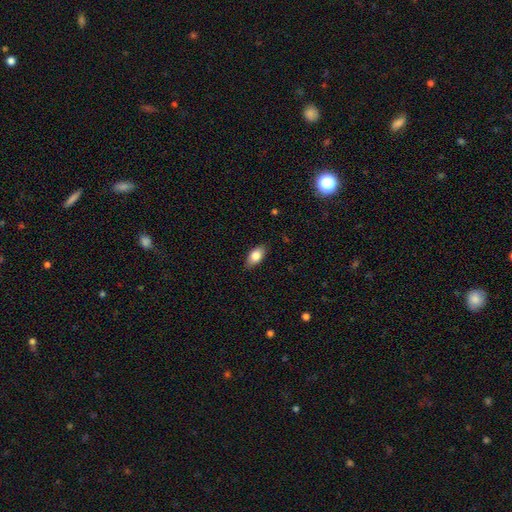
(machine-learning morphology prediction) The model was most divided on "smooth or featured": smooth: 81%, featured or disk: 12%, star or artifact: 7%. More confident: how rounded — in between (91%); merging — none (86%).